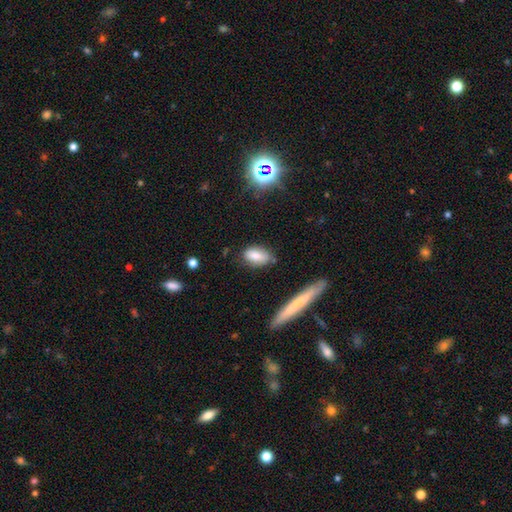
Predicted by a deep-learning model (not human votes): smooth_or_featured: smooth (p=0.80) [alt: featured or disk p=0.12]
how_rounded: in between (p=0.87) [alt: cigar-shaped p=0.07]
merging: none (p=0.75) [alt: minor disturbance p=0.17]